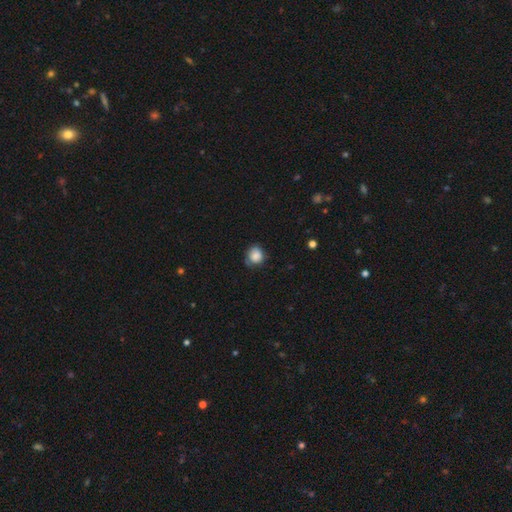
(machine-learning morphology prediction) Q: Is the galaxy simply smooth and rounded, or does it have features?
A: smooth — 84%.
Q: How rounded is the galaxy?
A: round — 81%.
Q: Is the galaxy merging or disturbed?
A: none — 65%.